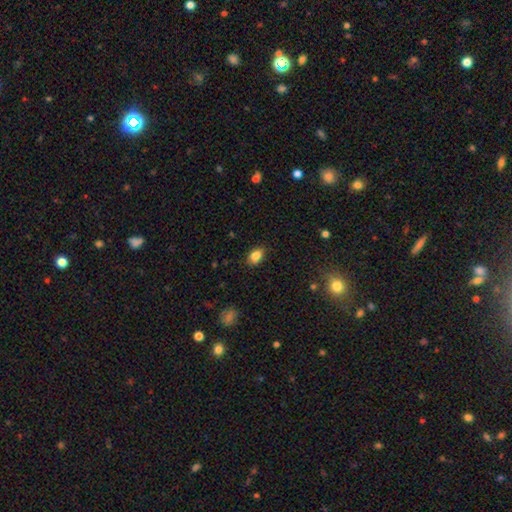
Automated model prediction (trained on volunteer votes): This appears to be a smooth galaxy with no disk features (85%) that is in between round and cigar-shaped (82%). Merging: none (84%).